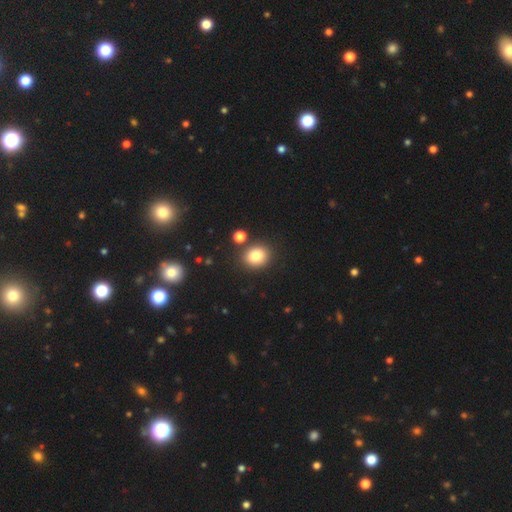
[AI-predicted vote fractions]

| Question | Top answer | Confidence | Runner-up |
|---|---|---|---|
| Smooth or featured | smooth | 81% | star or artifact (11%) |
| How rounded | round | 69% | in between (30%) |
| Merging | none | 81% | merger (8%) |